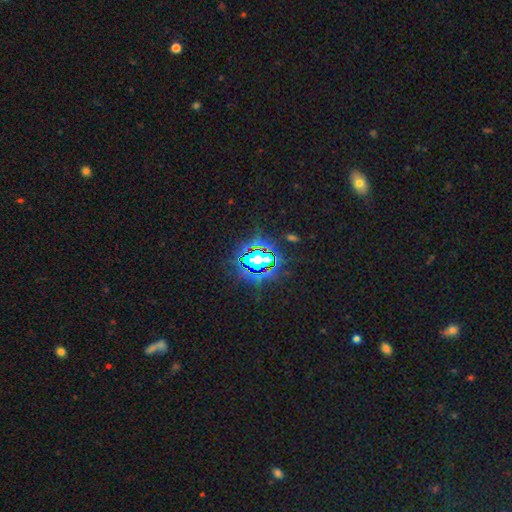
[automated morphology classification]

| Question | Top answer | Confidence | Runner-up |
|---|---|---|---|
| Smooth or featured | star or artifact | 81% | smooth (12%) |